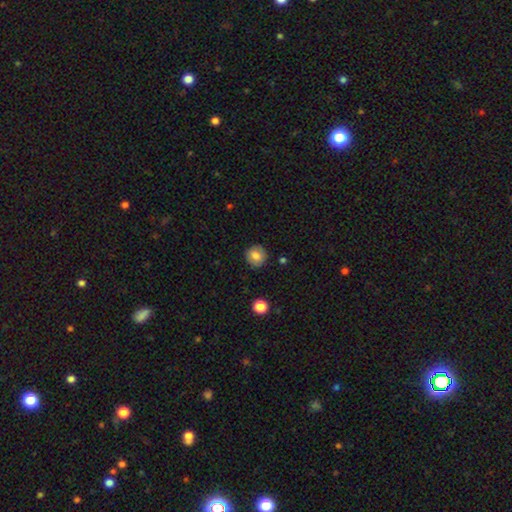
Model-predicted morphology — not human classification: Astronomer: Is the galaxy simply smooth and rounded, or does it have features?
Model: smooth — 79%.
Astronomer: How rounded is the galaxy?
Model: round — 90%.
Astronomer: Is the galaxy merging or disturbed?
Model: none — 88%.